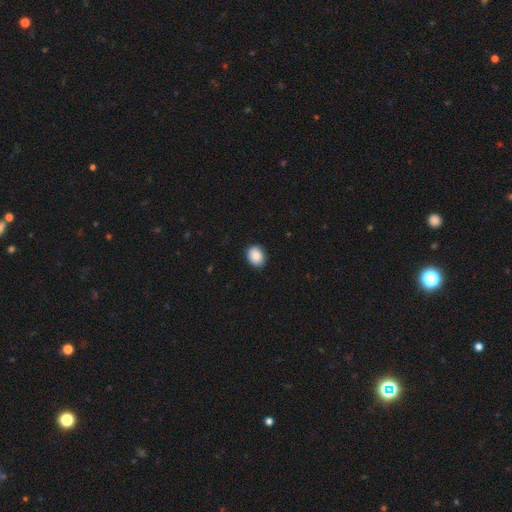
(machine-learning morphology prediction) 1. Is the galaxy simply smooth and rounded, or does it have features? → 88% smooth, 8% star or artifact, 4% featured or disk.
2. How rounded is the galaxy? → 54% in between, 45% round, 1% cigar-shaped.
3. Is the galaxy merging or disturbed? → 89% none, 8% minor disturbance, 2% major disturbance, 1% merger.